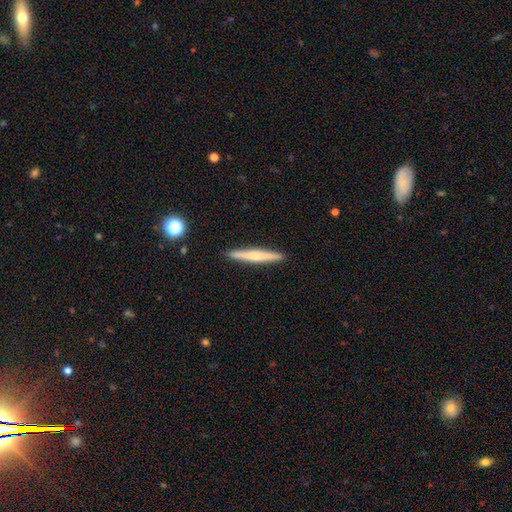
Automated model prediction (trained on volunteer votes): smooth_or_featured: featured or disk (p=0.50) [alt: smooth p=0.44]
disk_edge_on: yes (p=0.98) [alt: no p=0.02]
merging: none (p=0.92) [alt: minor disturbance p=0.06]